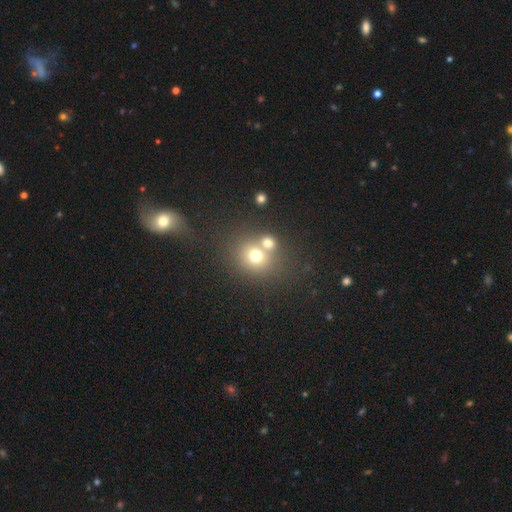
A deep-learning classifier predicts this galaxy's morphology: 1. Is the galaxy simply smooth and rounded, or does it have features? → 70% smooth, 16% star or artifact, 15% featured or disk.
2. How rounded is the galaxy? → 77% round, 22% in between, 1% cigar-shaped.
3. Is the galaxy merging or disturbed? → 47% none, 41% merger, 8% minor disturbance, 4% major disturbance.